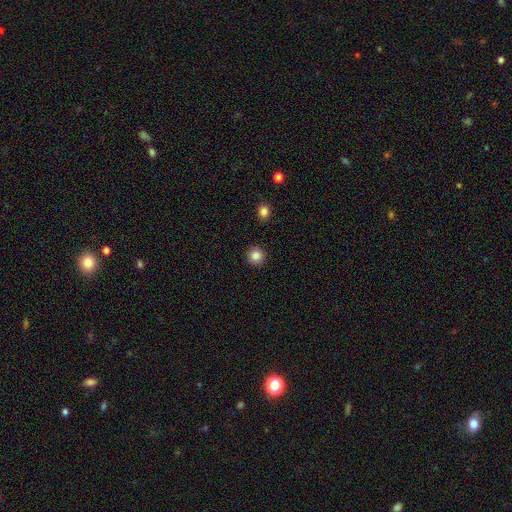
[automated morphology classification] smooth-or-featured: smooth: 85% | star or artifact: 11% | featured or disk: 4%
  how-rounded: round: 95% | in between: 4% | cigar-shaped: 1%
  merging: none: 92% | minor disturbance: 5% | major disturbance: 2% | merger: 1%